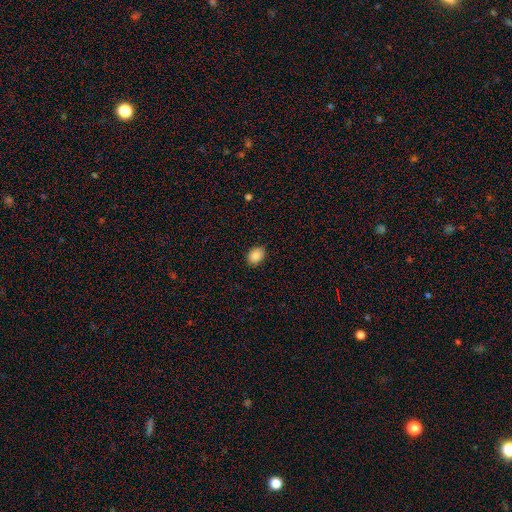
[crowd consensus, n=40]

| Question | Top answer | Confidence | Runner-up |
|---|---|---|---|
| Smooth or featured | smooth | 85% | featured or disk (10%) |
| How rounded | in between | 62% | round (38%) |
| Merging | none | 84% | minor disturbance (13%) |